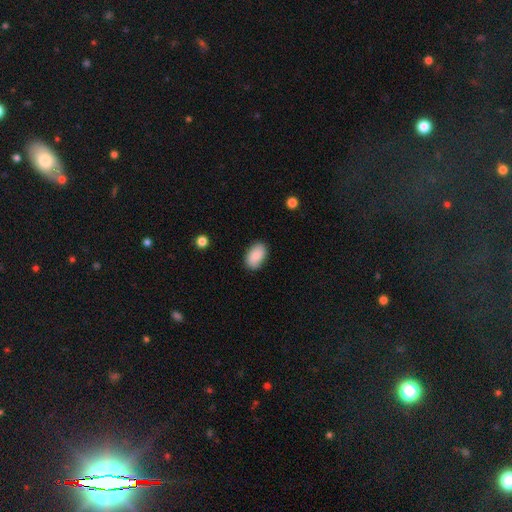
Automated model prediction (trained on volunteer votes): This is clearly a smooth galaxy (88%). How rounded: clearly in between (92%). Merging: clearly none (86%).